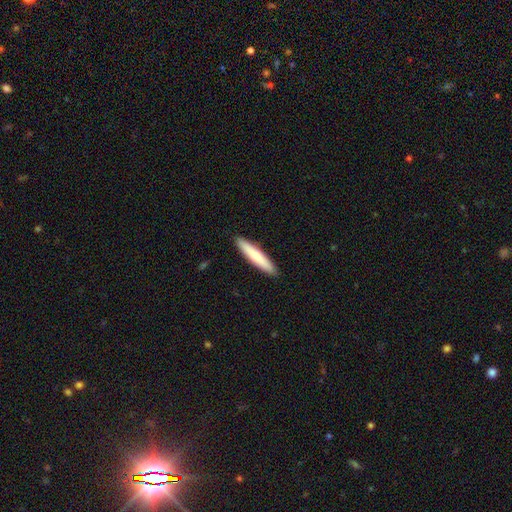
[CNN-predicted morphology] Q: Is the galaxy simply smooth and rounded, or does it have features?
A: smooth — 78%.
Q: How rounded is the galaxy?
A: cigar-shaped — 90%.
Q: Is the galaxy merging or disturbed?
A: none — 92%.